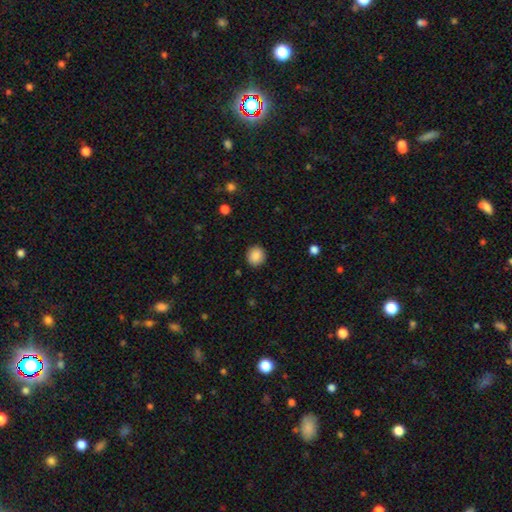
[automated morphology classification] The model was most divided on "smooth or featured": smooth: 88%, star or artifact: 8%, featured or disk: 4%. More confident: merging — none (91%); how rounded — round (90%).